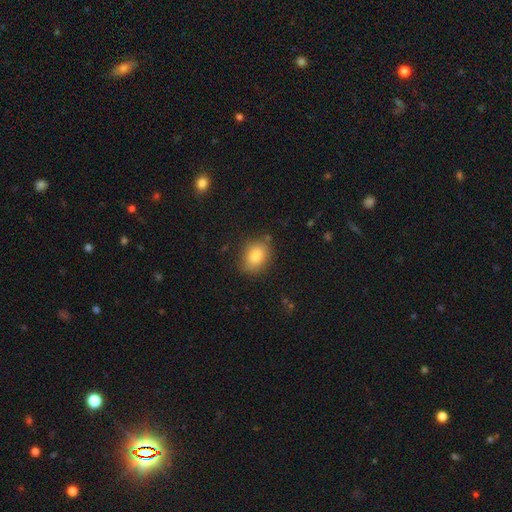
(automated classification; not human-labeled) A smooth galaxy with no disk features (83%) that is in between round and cigar-shaped (64%). Merging: none (80%).